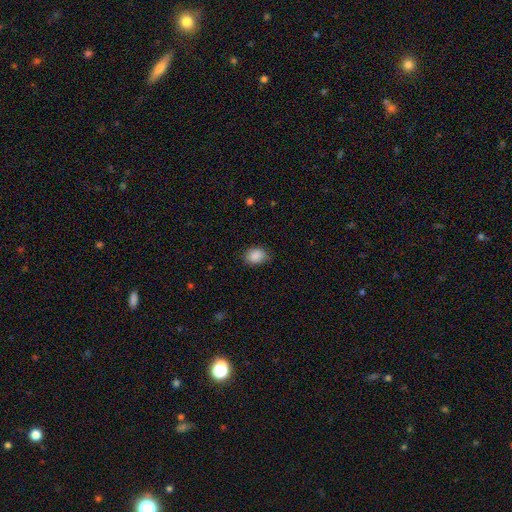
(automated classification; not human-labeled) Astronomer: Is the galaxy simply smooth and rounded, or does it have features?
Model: smooth — 88%.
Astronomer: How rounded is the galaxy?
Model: in between — 67%.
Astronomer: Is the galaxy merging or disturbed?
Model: none — 75%.